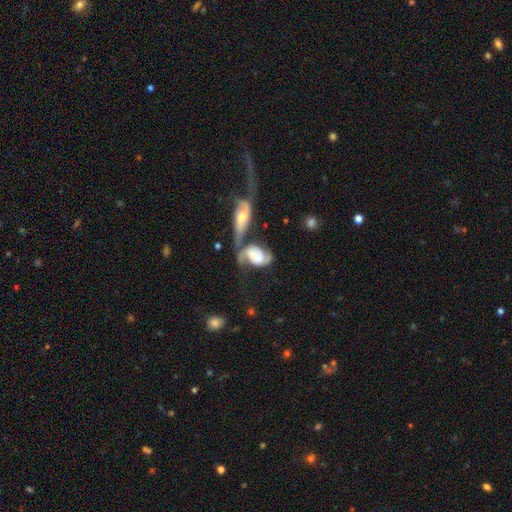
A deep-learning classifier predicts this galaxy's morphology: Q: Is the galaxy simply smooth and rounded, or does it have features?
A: featured or disk — 75%.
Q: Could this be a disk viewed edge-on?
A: no — 96%.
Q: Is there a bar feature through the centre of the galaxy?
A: weak — 38%, tied with no.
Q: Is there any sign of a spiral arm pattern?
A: yes — 93%.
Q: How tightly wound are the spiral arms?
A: medium — 43%.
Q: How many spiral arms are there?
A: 2 — 83%.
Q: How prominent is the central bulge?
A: small — 25%.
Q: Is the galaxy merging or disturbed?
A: merger — 49%.